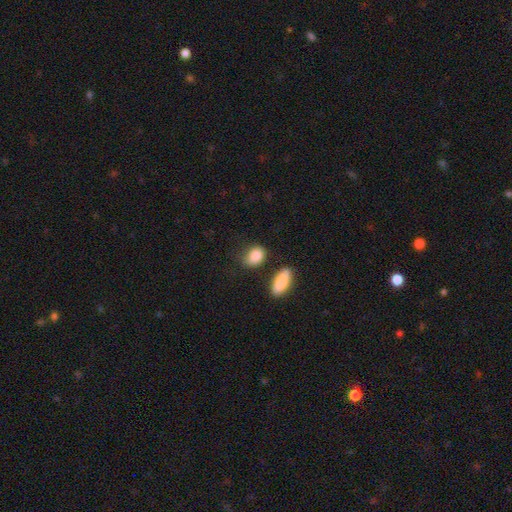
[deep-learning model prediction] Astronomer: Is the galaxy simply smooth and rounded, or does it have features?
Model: smooth — 87%.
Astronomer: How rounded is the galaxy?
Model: in between — 73%.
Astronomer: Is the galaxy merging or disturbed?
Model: none — 59%.